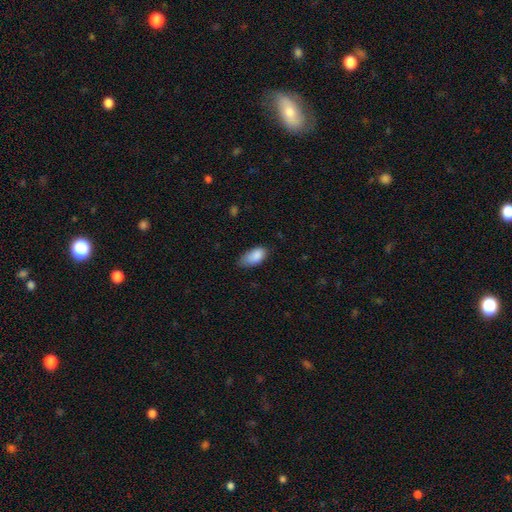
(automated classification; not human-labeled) Smooth or featured? smooth (87%)
How rounded? in between (93%)
Merging? none (54%)